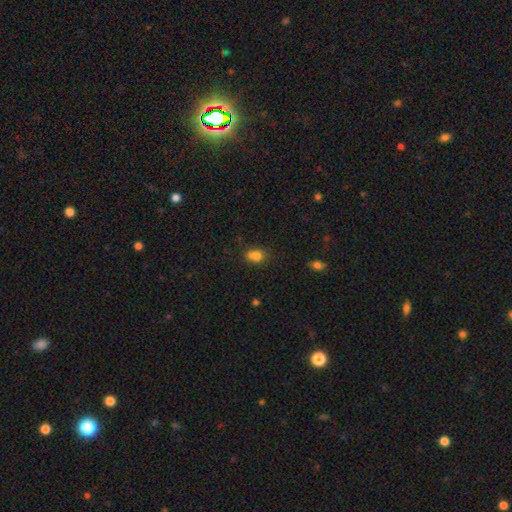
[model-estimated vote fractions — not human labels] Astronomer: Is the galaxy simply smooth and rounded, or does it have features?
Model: smooth — 78%.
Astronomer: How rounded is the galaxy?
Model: in between — 65%.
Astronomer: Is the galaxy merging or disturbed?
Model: none — 54%.